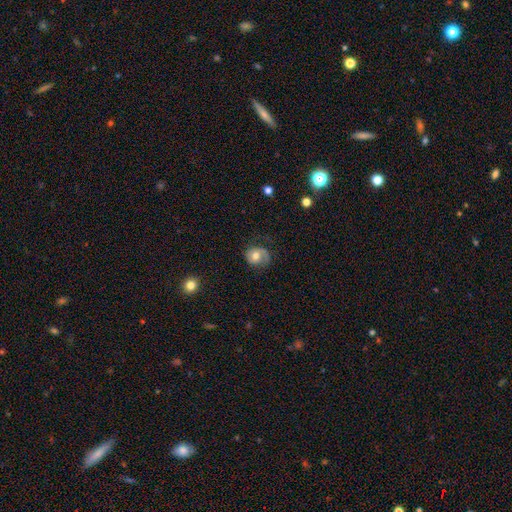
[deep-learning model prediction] The model was most divided on "smooth or featured": smooth: 48%, featured or disk: 44%, star or artifact: 8%. More confident: merging — none (57%).